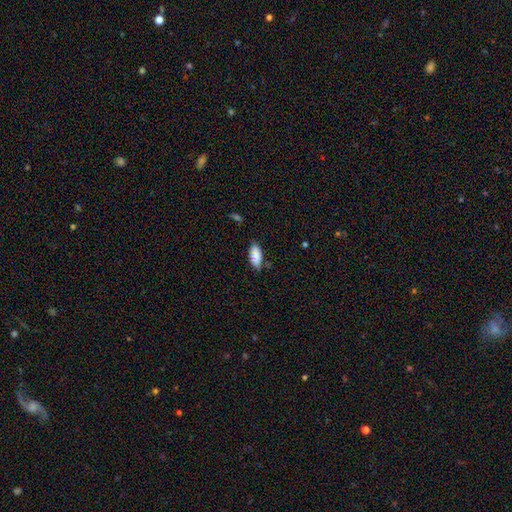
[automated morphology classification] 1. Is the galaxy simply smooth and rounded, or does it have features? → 86% smooth, 7% featured or disk, 6% star or artifact.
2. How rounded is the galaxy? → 86% in between, 13% cigar-shaped, 2% round.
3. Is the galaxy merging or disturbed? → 78% none, 17% minor disturbance, 3% major disturbance, 2% merger.